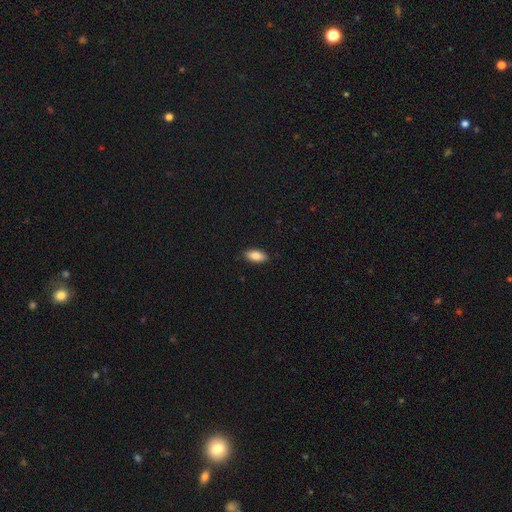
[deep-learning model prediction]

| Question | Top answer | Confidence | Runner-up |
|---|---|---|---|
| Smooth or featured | smooth | 85% | featured or disk (9%) |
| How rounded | in between | 88% | cigar-shaped (10%) |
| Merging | none | 89% | minor disturbance (8%) |